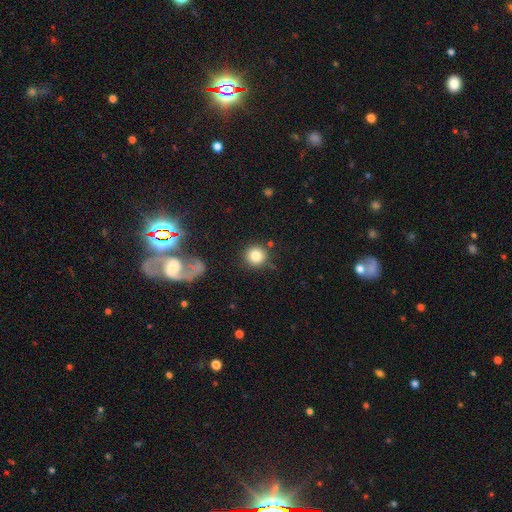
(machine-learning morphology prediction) smooth 82%, star or artifact 10%, featured or disk 8%. Down the decision tree: how rounded — round (94%); merging — none (82%).